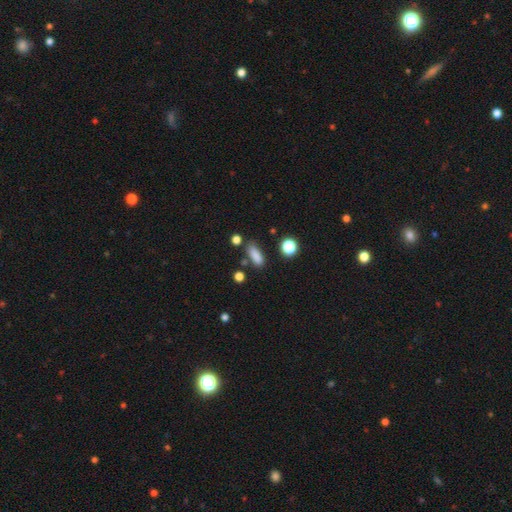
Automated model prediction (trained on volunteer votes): This appears to be a smooth galaxy with no disk features (82%) that is in between round and cigar-shaped (63%). Merging: none (74%).